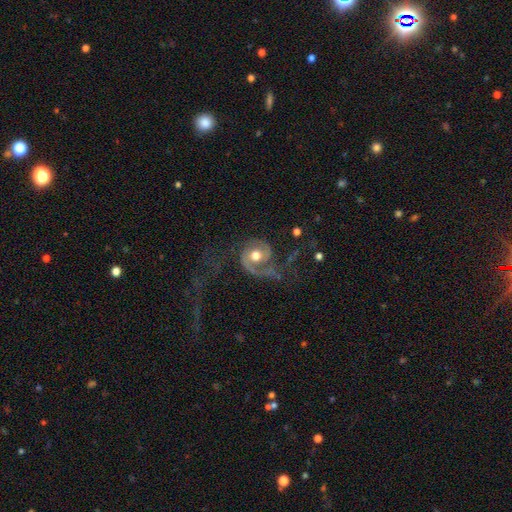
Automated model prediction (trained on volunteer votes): This is likely a featured or disk galaxy (80%). It is clearly not viewed edge-on (98%). Bar: likely no (72%). Spiral arm pattern: clearly yes (92%). Spiral arm count: likely 2 (61%). Spiral winding: marginally medium (44%). Central bulge: likely moderate (67%). Merging: marginally none (44%).